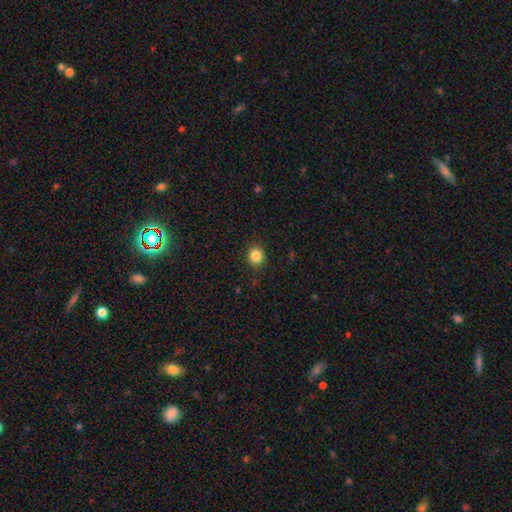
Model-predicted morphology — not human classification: smooth_or_featured: smooth (p=0.85) [alt: star or artifact p=0.11]
how_rounded: round (p=0.81) [alt: in between p=0.18]
merging: none (p=0.90) [alt: minor disturbance p=0.07]